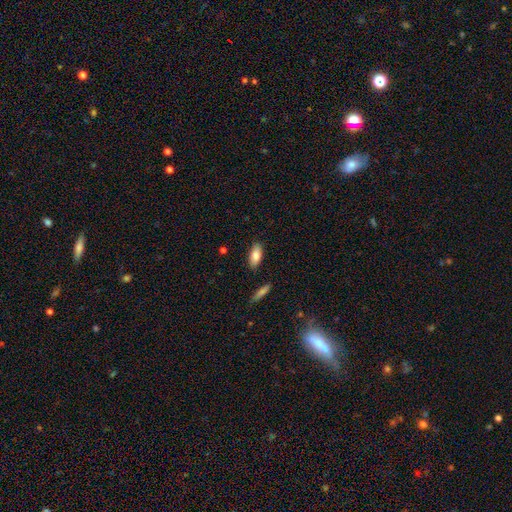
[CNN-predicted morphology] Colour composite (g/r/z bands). It shows a smooth galaxy with no disk features (84%) that is in between round and cigar-shaped (86%). Merging: none (86%).